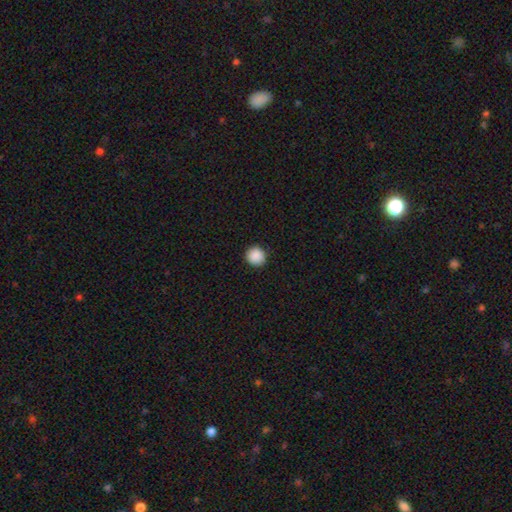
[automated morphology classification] Overall: smooth (89%). How rounded: round (94%). Merging: none (92%).